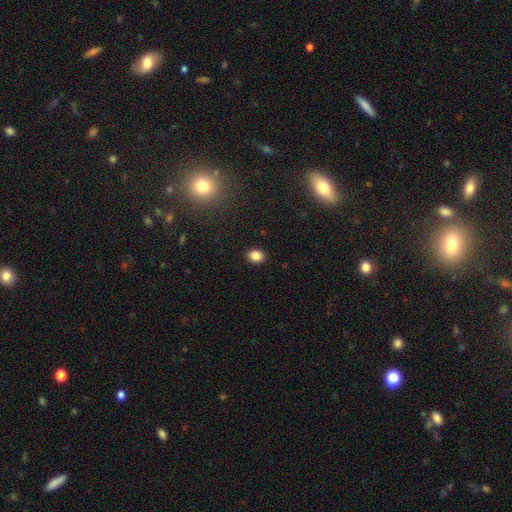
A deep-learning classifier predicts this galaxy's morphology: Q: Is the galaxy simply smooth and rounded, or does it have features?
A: smooth — 85%.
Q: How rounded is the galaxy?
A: round — 61%.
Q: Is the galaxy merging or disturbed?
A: none — 90%.